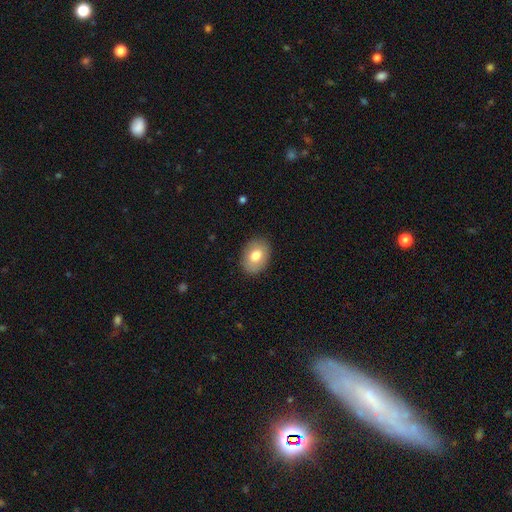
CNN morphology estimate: Overall: smooth (77%). How rounded: in between (75%). Merging: none (87%).